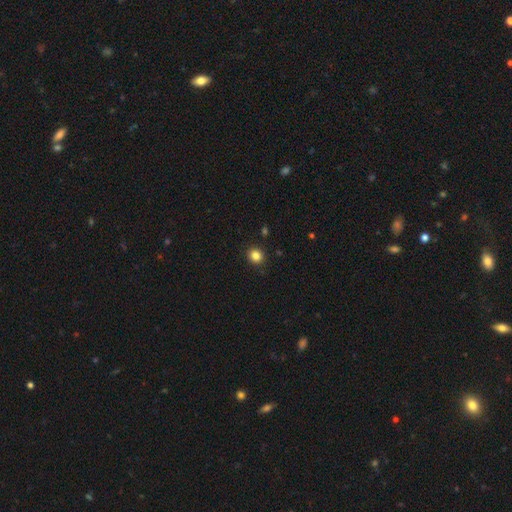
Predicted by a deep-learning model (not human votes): Q: Smooth or featured?
A: smooth (84%); runner-up: star or artifact (12%)
Q: How rounded?
A: round (84%); runner-up: in between (15%)
Q: Merging?
A: none (91%); runner-up: minor disturbance (6%)